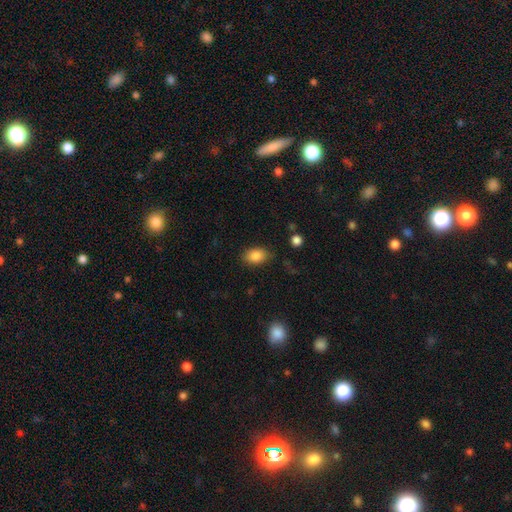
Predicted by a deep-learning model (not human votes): Smooth or featured? smooth (86%)
How rounded? in between (81%)
Merging? none (79%)